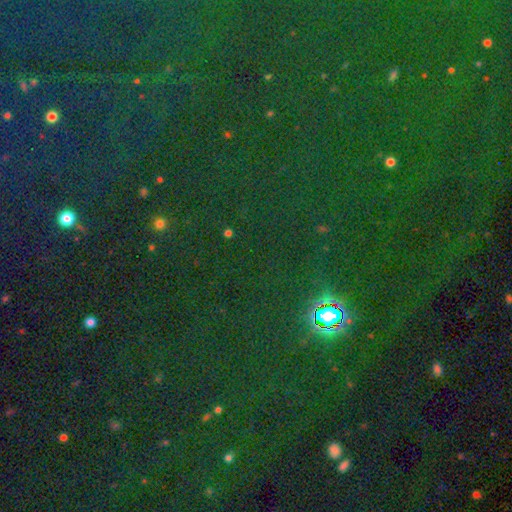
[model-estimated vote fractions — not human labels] Q: Smooth or featured?
A: star or artifact (81%); runner-up: smooth (11%)